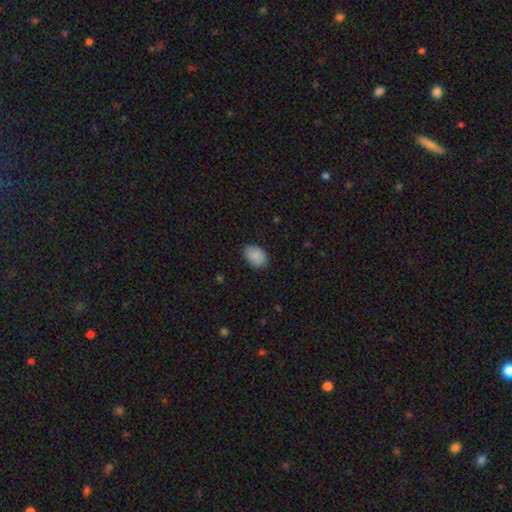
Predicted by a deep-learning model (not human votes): smooth 89%, star or artifact 7%, featured or disk 5%. Down the decision tree: how rounded — in between (85%); merging — none (84%).